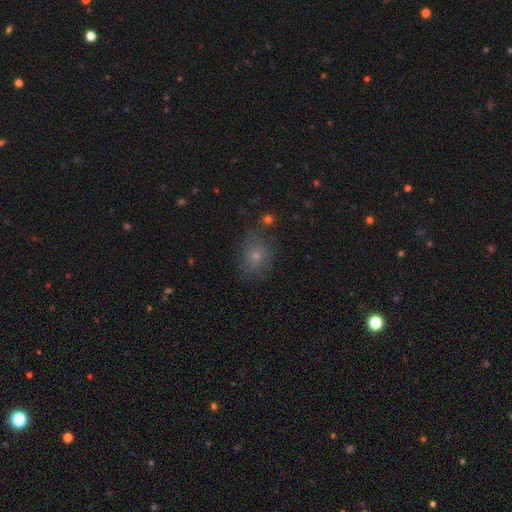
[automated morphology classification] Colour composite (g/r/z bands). It shows a smooth galaxy with no disk features (66%) that is round (58%). Merging: none (72%).